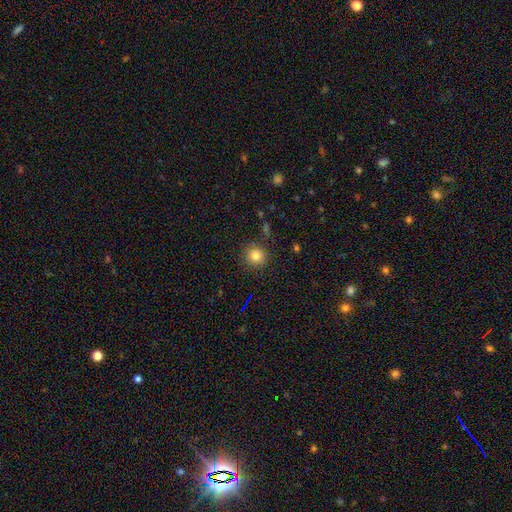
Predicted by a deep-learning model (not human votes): Morphology: type=smooth (81%); roundness=round (93%); merging=none (89%).